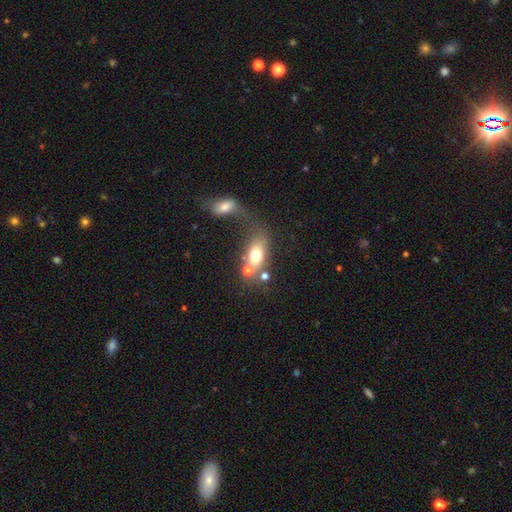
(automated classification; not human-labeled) Smooth or featured? Predicted: smooth (p=0.68). How rounded? Predicted: in between (p=0.75). Merging? Predicted: merger (p=0.49).